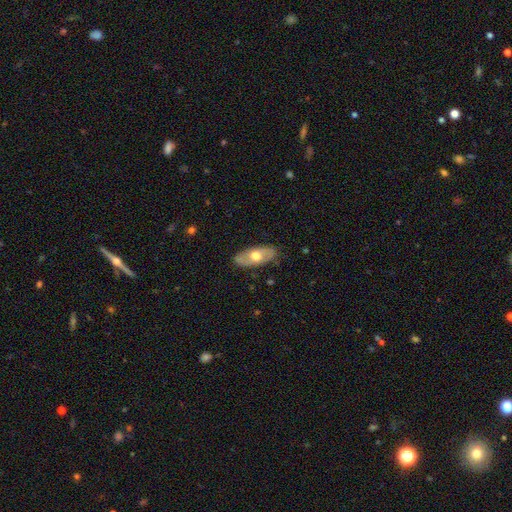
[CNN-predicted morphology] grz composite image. It shows a smooth galaxy with no disk features (48%). Merging: none (84%).